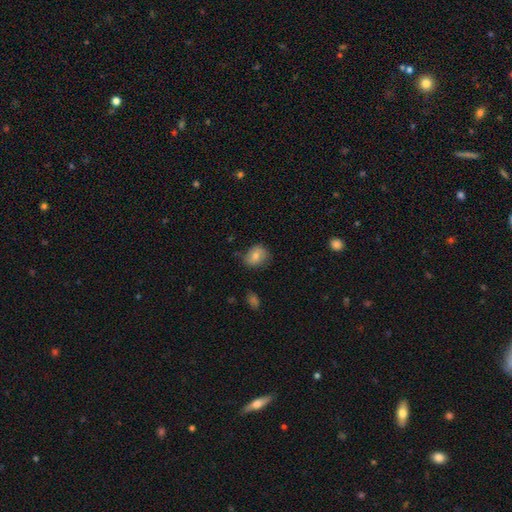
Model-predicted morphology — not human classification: Smooth or featured?
  - smooth: 72% *
  - featured or disk: 20%
  - star or artifact: 8%
How rounded?
  - in between: 51% *
  - round: 48%
  - cigar-shaped: 1%
Merging?
  - none: 70% *
  - minor disturbance: 23%
  - major disturbance: 5%
  - merger: 2%